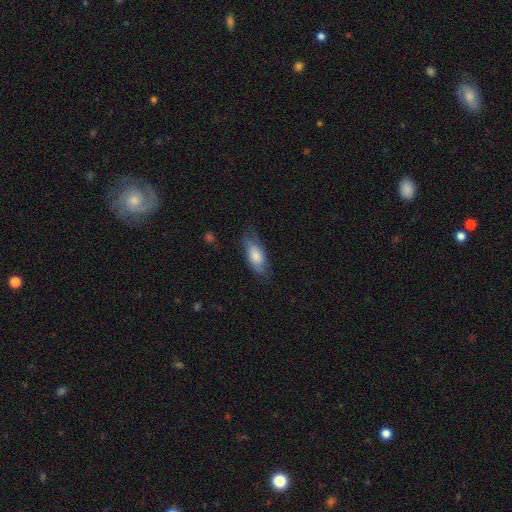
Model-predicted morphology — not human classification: Smooth or featured? smooth (67%)
How rounded? in between (79%)
Merging? none (64%)